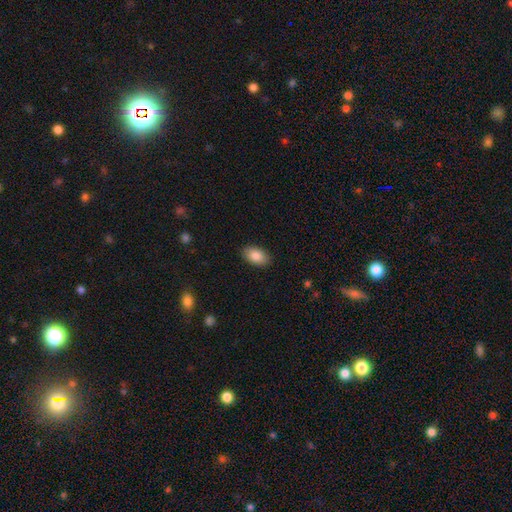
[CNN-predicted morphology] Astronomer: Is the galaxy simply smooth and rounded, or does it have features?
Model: smooth — 86%.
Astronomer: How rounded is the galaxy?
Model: in between — 93%.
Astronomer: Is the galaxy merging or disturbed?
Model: none — 89%.